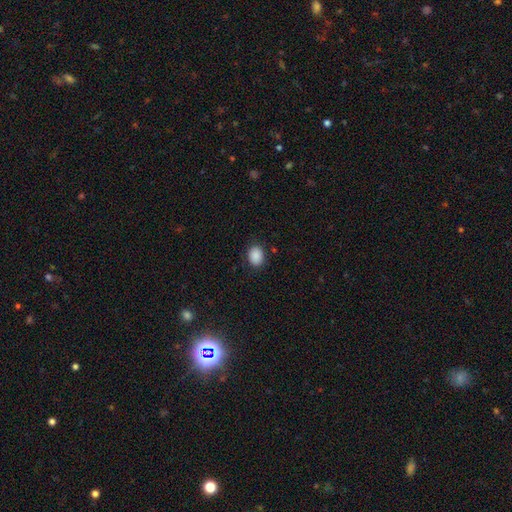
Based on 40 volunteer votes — Q: Smooth or featured?
A: smooth (90%); runner-up: star or artifact (10%)
Q: How rounded?
A: in between (67%); runner-up: round (31%)
Q: Merging?
A: none (81%); runner-up: minor disturbance (8%)